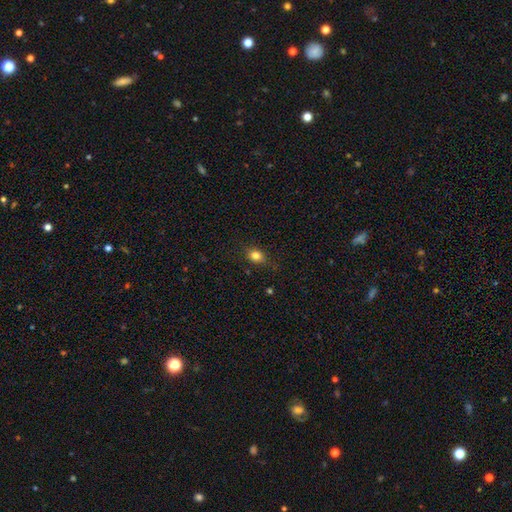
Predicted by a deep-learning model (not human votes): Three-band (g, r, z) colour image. It shows a smooth galaxy with no disk features (82%) that is in between round and cigar-shaped (51%). Merging: none (77%).